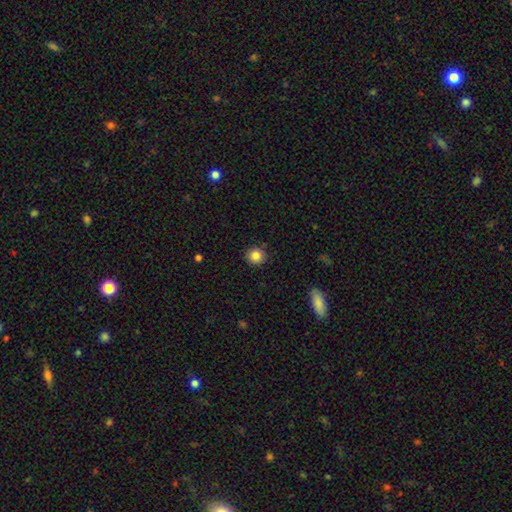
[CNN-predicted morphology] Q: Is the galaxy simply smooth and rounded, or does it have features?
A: smooth — 85%.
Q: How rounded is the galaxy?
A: round — 91%.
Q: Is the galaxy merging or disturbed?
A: none — 89%.